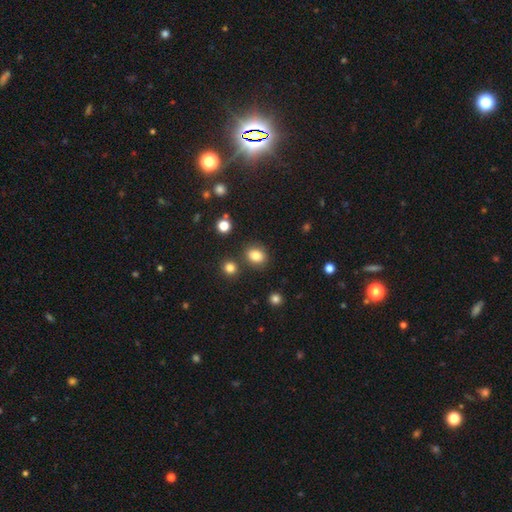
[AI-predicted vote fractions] Smooth or featured: smooth — 81% (star or artifact — 12%)
How rounded: round — 65% (in between — 35%)
Merging: none — 81% (minor disturbance — 9%)